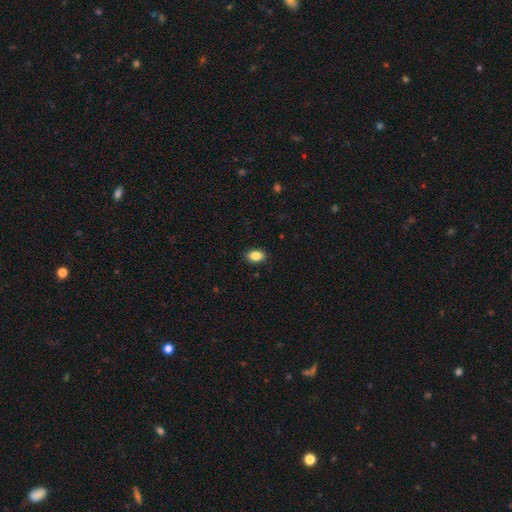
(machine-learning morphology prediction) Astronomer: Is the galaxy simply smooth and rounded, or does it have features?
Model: smooth — 87%.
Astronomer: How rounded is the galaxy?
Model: in between — 85%.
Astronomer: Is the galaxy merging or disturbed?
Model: none — 89%.